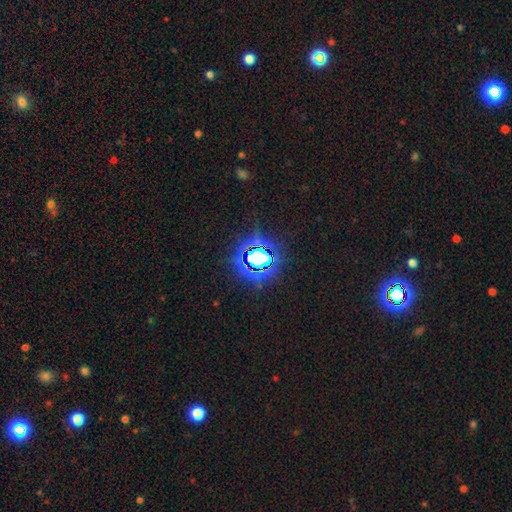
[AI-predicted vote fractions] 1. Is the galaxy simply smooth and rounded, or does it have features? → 79% star or artifact, 13% smooth, 7% featured or disk.